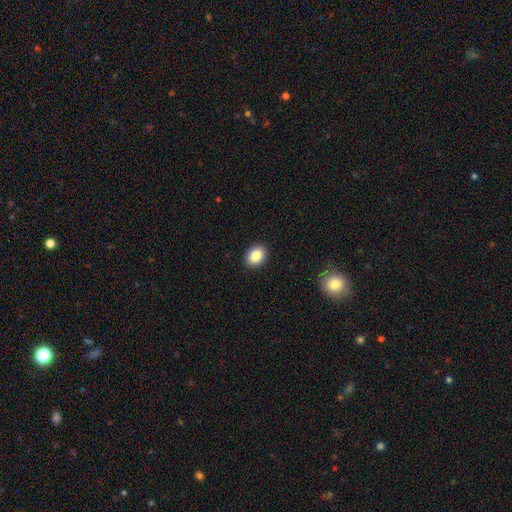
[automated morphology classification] smooth-or-featured: smooth: 87% | star or artifact: 8% | featured or disk: 5%
  how-rounded: in between: 69% | round: 30% | cigar-shaped: 1%
  merging: none: 91% | minor disturbance: 7% | major disturbance: 2% | merger: 1%